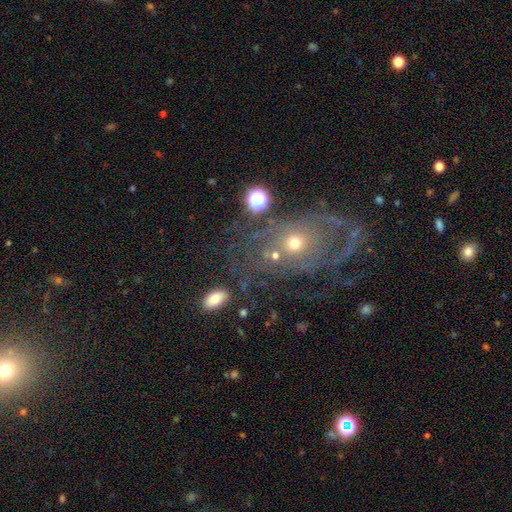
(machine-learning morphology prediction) smooth-or-featured: featured or disk: 64% | smooth: 19% | star or artifact: 17%
  disk-edge-on: no: 94% | yes: 6%
    bar: no: 84% | weak: 13% | strong: 4%
    has-spiral-arms: yes: 69% | no: 31%
    bulge-size: small: 60% | moderate: 34% | large: 3% | none: 2% | dominant: 1%
  merging: none: 52% | major disturbance: 19% | minor disturbance: 19% | merger: 10%